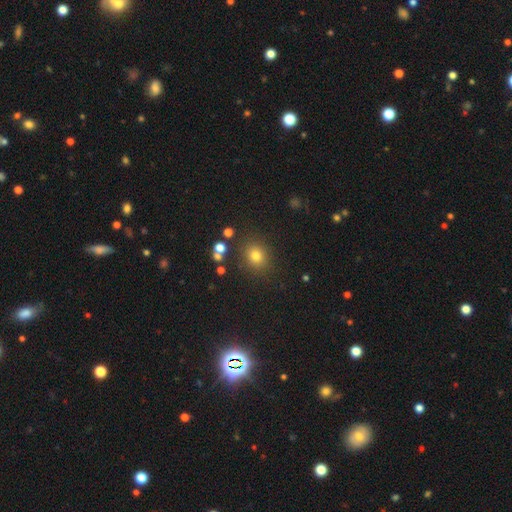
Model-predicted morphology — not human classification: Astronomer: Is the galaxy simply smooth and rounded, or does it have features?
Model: smooth — 77%.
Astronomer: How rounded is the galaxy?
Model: round — 74%.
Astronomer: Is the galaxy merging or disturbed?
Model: none — 84%.